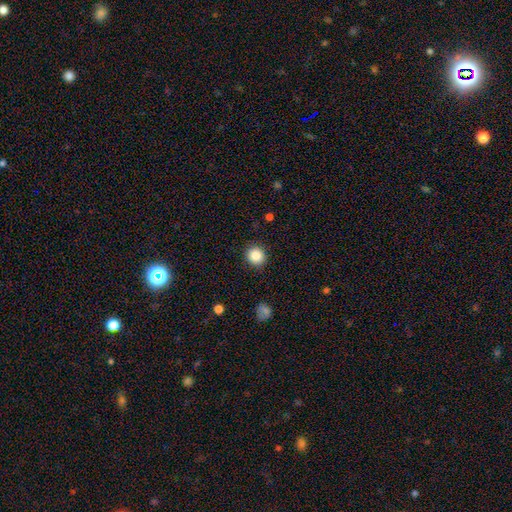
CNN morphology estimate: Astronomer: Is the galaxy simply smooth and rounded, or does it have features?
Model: smooth — 87%.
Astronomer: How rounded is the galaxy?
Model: round — 91%.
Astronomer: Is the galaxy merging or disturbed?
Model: none — 91%.